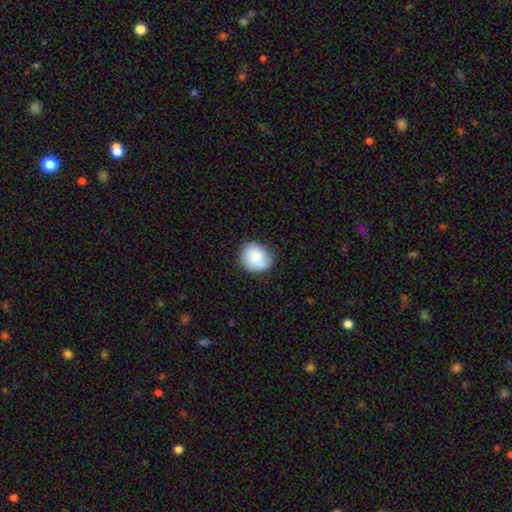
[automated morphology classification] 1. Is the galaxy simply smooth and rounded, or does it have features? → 79% smooth, 14% featured or disk, 7% star or artifact.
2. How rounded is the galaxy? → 74% round, 25% in between, 1% cigar-shaped.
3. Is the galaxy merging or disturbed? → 74% none, 20% minor disturbance, 4% major disturbance, 2% merger.